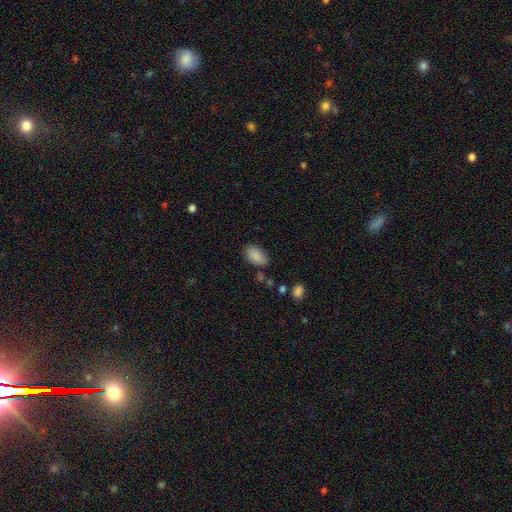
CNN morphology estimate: Smooth or featured?
  - smooth: 87% *
  - star or artifact: 7%
  - featured or disk: 6%
How rounded?
  - in between: 93% *
  - round: 6%
  - cigar-shaped: 1%
Merging?
  - none: 78% *
  - minor disturbance: 15%
  - major disturbance: 4%
  - merger: 3%